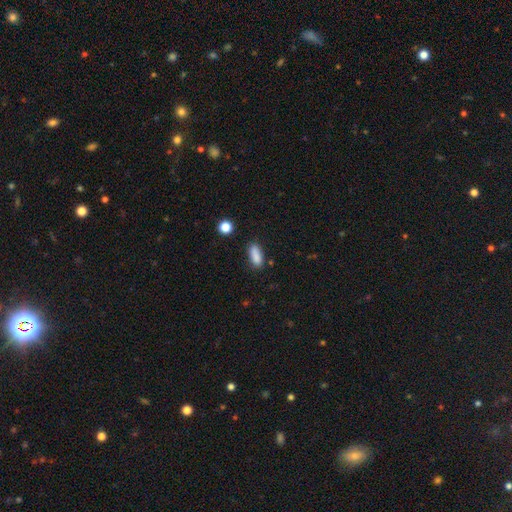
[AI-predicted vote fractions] Overall: smooth (85%). How rounded: in between (69%). Merging: none (74%).